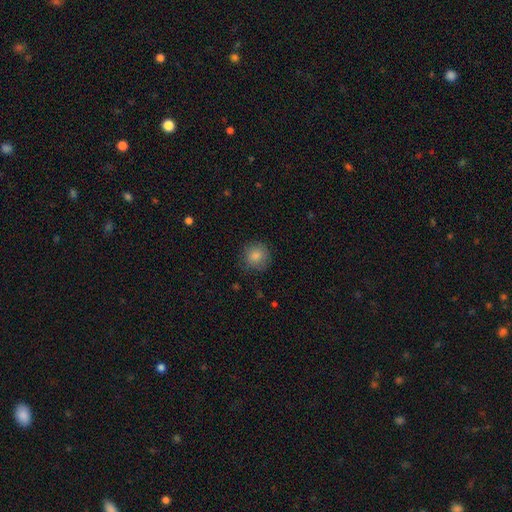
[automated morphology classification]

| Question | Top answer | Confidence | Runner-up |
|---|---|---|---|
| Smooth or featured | smooth | 85% | star or artifact (9%) |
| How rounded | round | 91% | in between (9%) |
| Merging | none | 83% | minor disturbance (12%) |